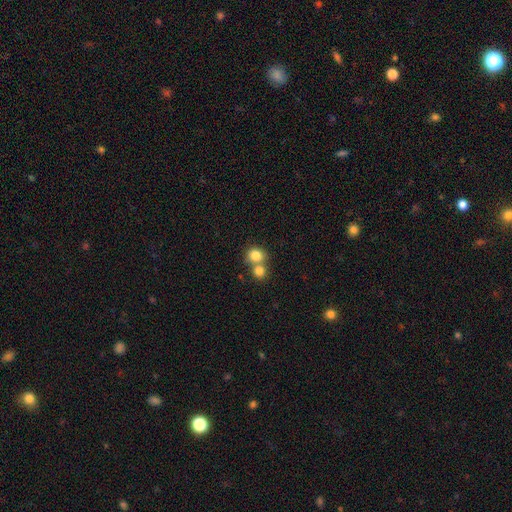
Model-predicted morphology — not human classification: Smooth or featured?
  - smooth: 82% *
  - star or artifact: 10%
  - featured or disk: 8%
How rounded?
  - round: 75% *
  - in between: 24%
  - cigar-shaped: 1%
Merging?
  - merger: 50% *
  - none: 41%
  - minor disturbance: 6%
  - major disturbance: 3%